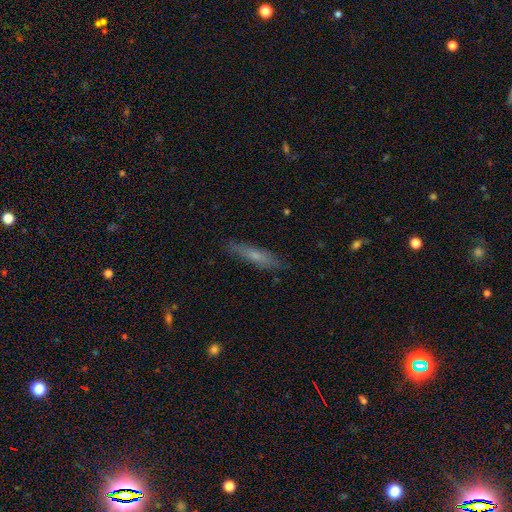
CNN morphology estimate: Smooth or featured? Predicted: smooth (p=0.55). How rounded? Predicted: cigar-shaped (p=0.88). Merging? Predicted: none (p=0.85).